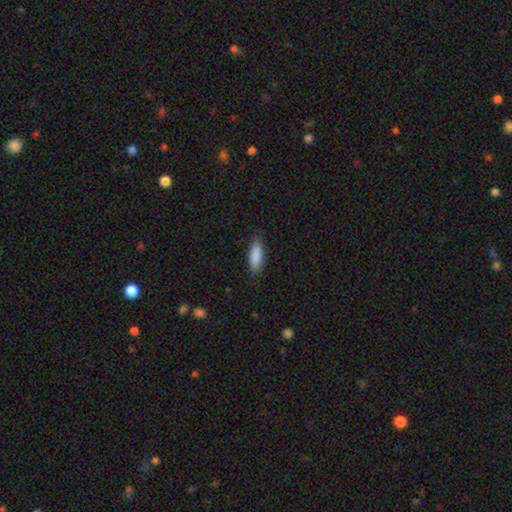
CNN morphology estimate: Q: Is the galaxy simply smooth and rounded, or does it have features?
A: smooth — 87%.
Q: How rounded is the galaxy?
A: in between — 56%.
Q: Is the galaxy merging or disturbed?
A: none — 82%.